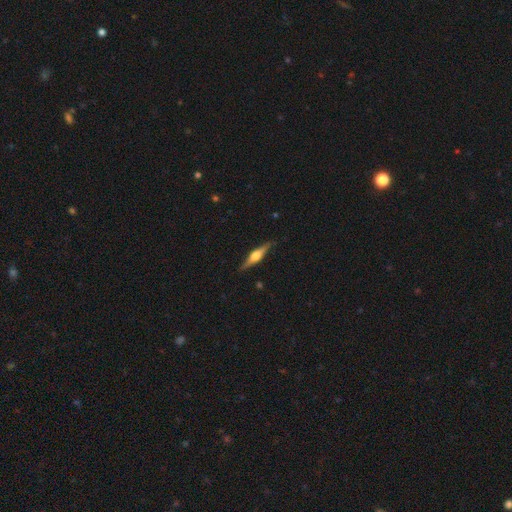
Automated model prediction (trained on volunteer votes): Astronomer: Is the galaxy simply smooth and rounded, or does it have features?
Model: featured or disk — 72%.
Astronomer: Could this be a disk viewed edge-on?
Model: yes — 97%.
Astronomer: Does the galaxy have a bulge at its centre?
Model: rounded — 90%.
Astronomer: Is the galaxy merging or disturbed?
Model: none — 88%.